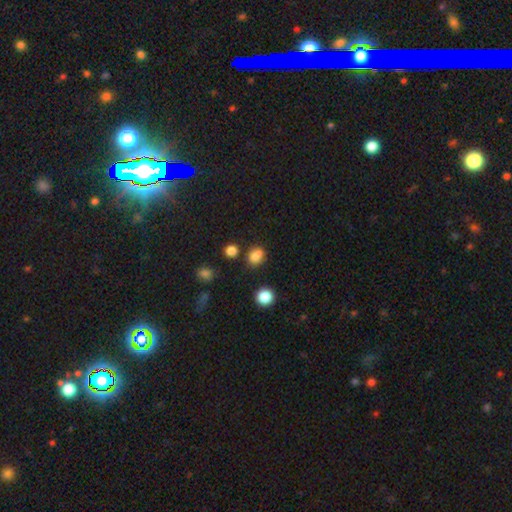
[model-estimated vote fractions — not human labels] This appears to be a smooth galaxy with no disk features (76%) that is round (59%). Merging: none (54%).